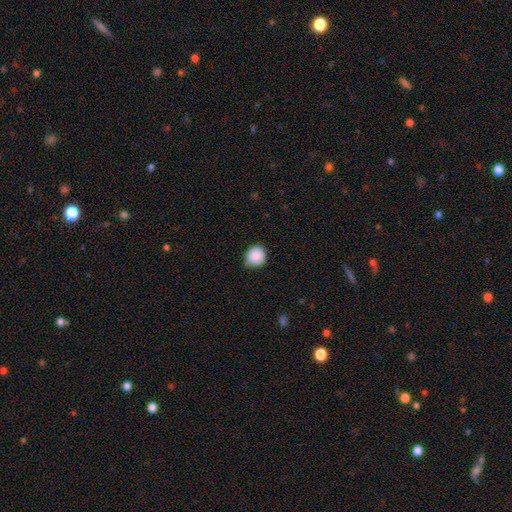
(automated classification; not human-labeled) A smooth galaxy with no disk features (89%) that is round (91%).

Vote fractions:
- Smooth or featured? smooth: 89% / star or artifact: 8% / featured or disk: 3%
- How rounded? round: 91% / in between: 8% / cigar-shaped: 1%
- Merging? none: 79% / minor disturbance: 17% / major disturbance: 3% / merger: 1%